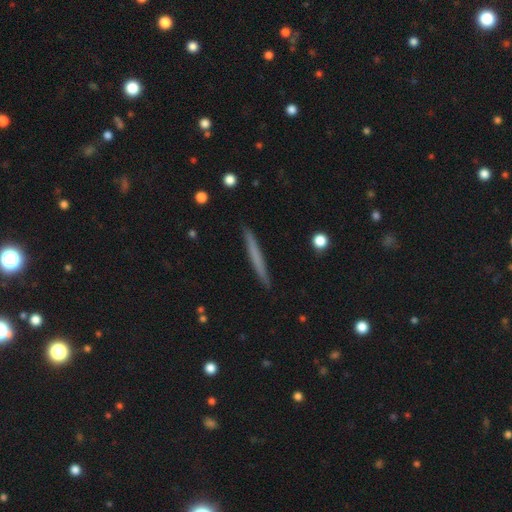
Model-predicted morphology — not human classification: Overall: smooth (58%; featured or disk 35%). How rounded: cigar-shaped (97%). Merging: none (91%).